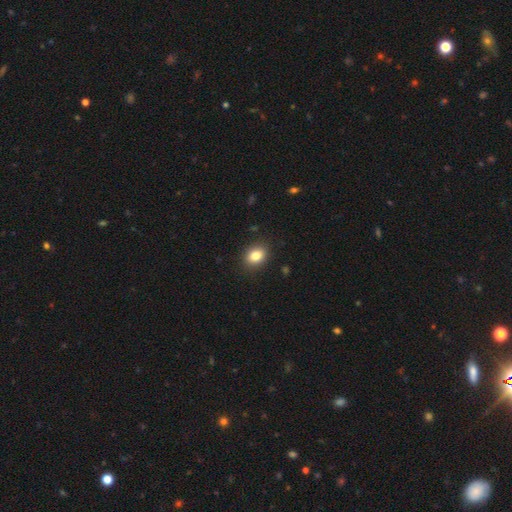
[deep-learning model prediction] Smooth or featured: smooth — 83% (star or artifact — 10%)
How rounded: in between — 62% (round — 36%)
Merging: none — 88% (minor disturbance — 9%)